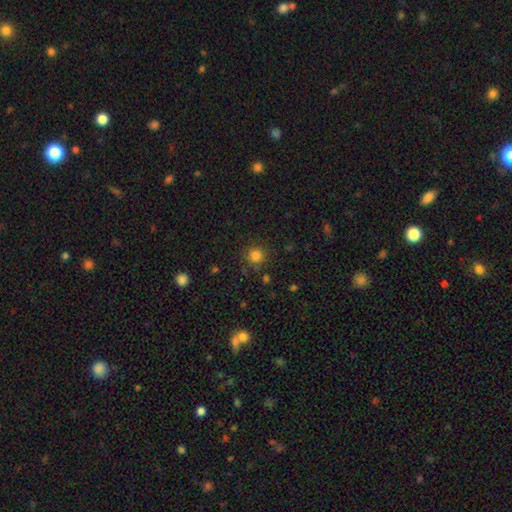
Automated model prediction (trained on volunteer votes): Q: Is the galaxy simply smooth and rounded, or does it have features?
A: smooth — 82%.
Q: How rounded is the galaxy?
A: round — 94%.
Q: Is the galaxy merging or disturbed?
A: none — 86%.